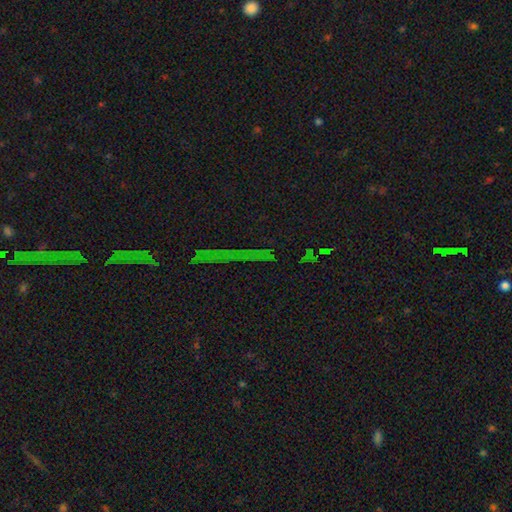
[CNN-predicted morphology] This is likely a star or artifact rather than a galaxy (76%).